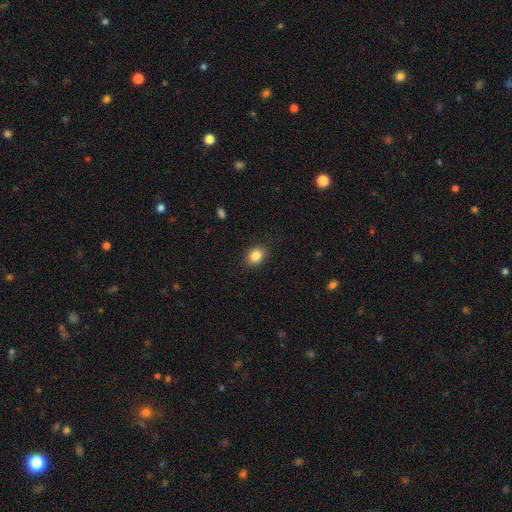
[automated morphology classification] smooth_or_featured: smooth (p=0.85) [alt: star or artifact p=0.10]
how_rounded: in between (p=0.54) [alt: round p=0.45]
merging: none (p=0.89) [alt: minor disturbance p=0.08]